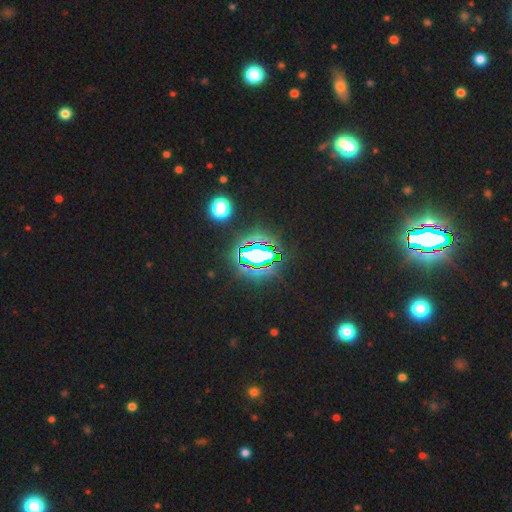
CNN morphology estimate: Smooth or featured? Predicted: star or artifact (p=0.72).